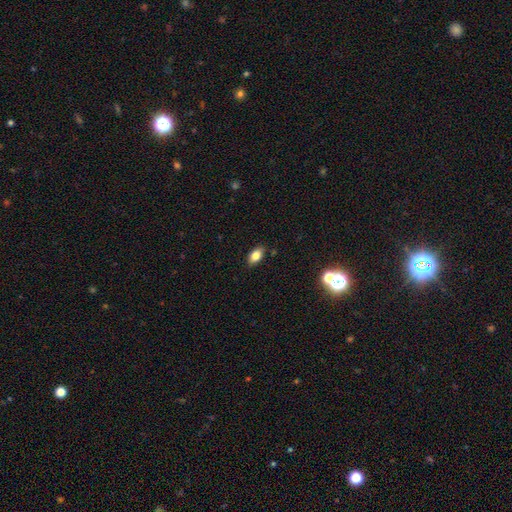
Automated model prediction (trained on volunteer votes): This is clearly a smooth galaxy (80%). How rounded: clearly in between (89%). Merging: clearly none (86%).